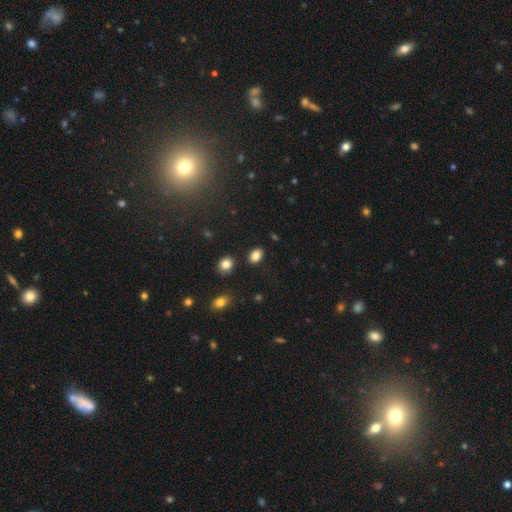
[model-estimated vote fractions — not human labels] Smooth or featured? Predicted: smooth (p=0.84). How rounded? Predicted: in between (p=0.82). Merging? Predicted: none (p=0.85).